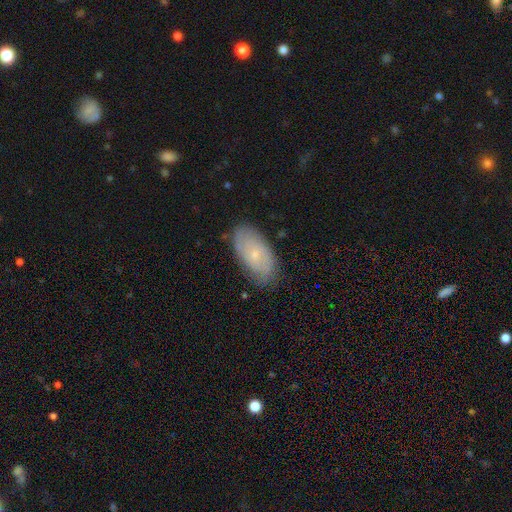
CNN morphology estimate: A featured or disk galaxy (51%). Merging: none (78%).